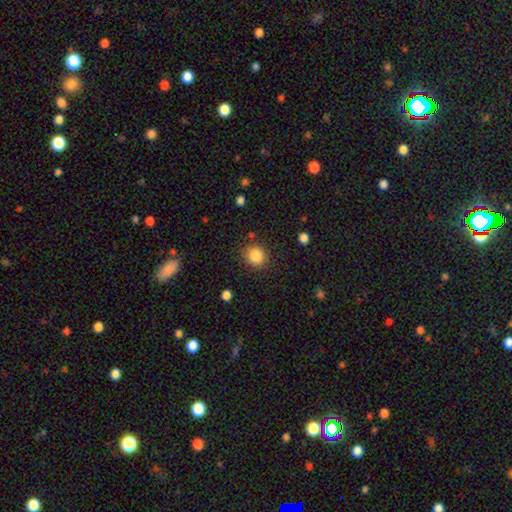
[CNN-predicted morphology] smooth-or-featured: smooth: 85% | star or artifact: 10% | featured or disk: 4%
  how-rounded: round: 87% | in between: 12% | cigar-shaped: 1%
  merging: none: 84% | minor disturbance: 10% | major disturbance: 4% | merger: 2%